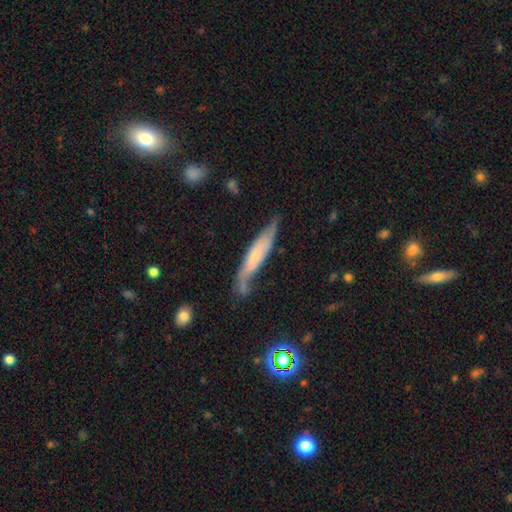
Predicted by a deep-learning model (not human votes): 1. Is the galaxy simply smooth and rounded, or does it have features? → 52% featured or disk, 41% smooth, 7% star or artifact.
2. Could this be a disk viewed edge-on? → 58% yes, 42% no.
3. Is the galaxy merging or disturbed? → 51% none, 31% minor disturbance, 13% major disturbance, 5% merger.